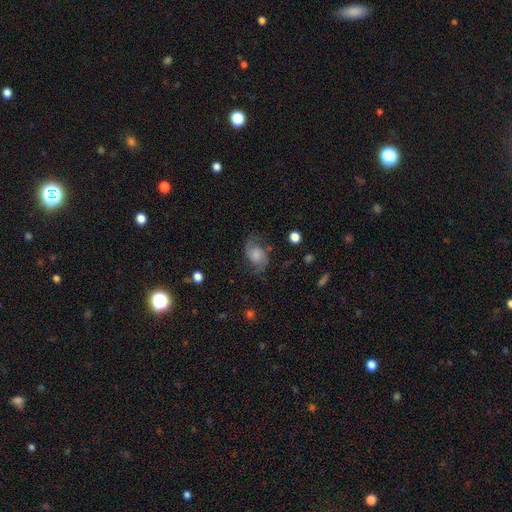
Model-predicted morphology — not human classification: smooth-or-featured: featured or disk: 69% | smooth: 19% | star or artifact: 12%
  disk-edge-on: no: 97% | yes: 3%
    bar: no: 63% | weak: 32% | strong: 5%
    has-spiral-arms: yes: 94% | no: 6%
      spiral-winding: medium: 49% | loose: 31% | tight: 19%
      spiral-arm-count: 2: 87% | can't tell: 6% | 1: 2% | 3: 2% | 4: 1% | more than 4: 1%
    bulge-size: moderate: 33% | small: 29% | none: 19% | large: 16% | dominant: 3%
  merging: none: 74% | minor disturbance: 16% | major disturbance: 8% | merger: 1%